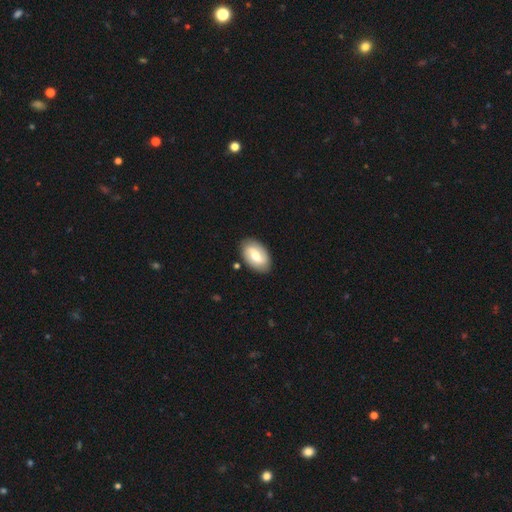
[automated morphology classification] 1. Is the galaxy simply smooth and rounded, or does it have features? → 49% smooth, 45% featured or disk, 6% star or artifact.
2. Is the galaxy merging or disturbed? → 85% none, 10% minor disturbance, 3% major disturbance, 2% merger.